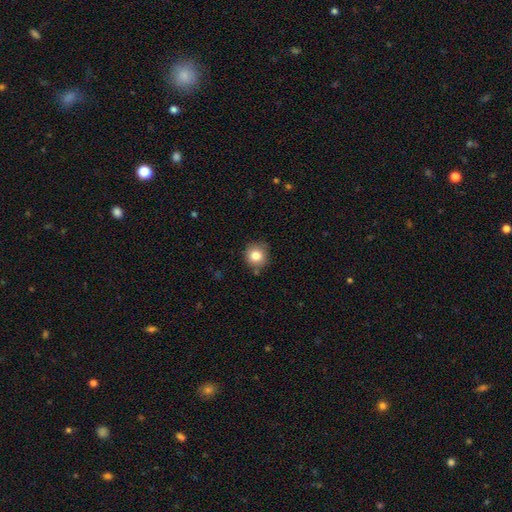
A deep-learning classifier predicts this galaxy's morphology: Smooth or featured?
  - smooth: 82% *
  - star or artifact: 10%
  - featured or disk: 7%
How rounded?
  - round: 91% *
  - in between: 8%
  - cigar-shaped: 1%
Merging?
  - none: 82% *
  - minor disturbance: 13%
  - merger: 3%
  - major disturbance: 3%